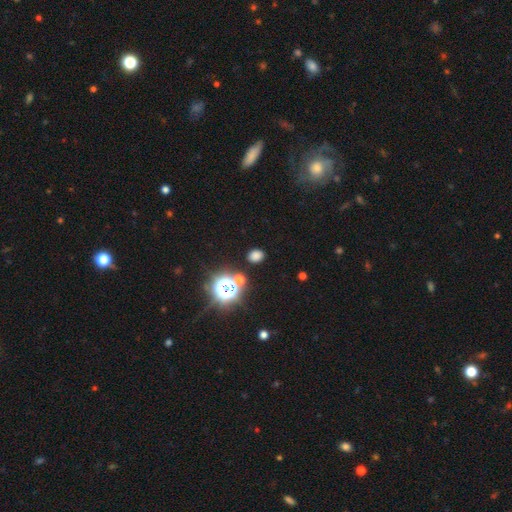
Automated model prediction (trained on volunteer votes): Q: Smooth or featured?
A: smooth (70%); runner-up: star or artifact (25%)
Q: How rounded?
A: round (53%); runner-up: in between (46%)
Q: Merging?
A: none (85%); runner-up: minor disturbance (8%)